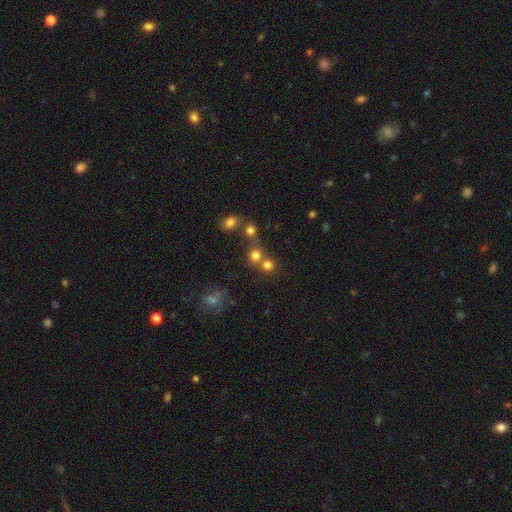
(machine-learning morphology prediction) Overall: smooth (74%). How rounded: round (89%). Merging: none (56%; merger 35%).